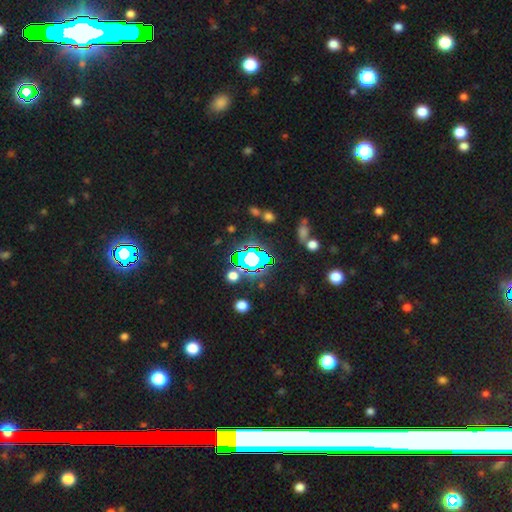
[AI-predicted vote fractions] smooth_or_featured: star or artifact (p=0.64) [alt: smooth p=0.22]